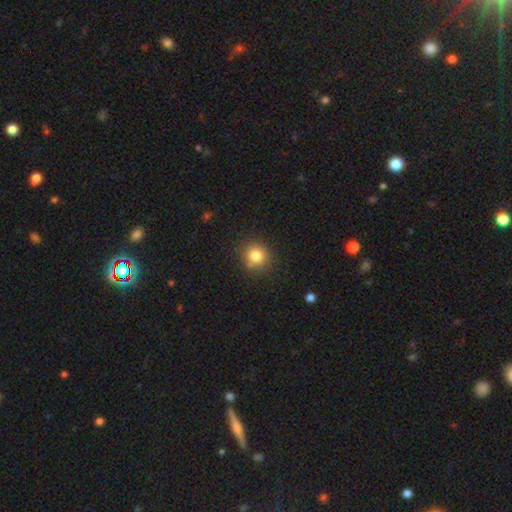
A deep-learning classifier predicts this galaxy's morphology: A smooth galaxy with no disk features (81%) that is round (89%).

Vote fractions:
- Smooth or featured? smooth: 81% / star or artifact: 12% / featured or disk: 7%
- How rounded? round: 89% / in between: 10% / cigar-shaped: 1%
- Merging? none: 81% / minor disturbance: 12% / merger: 4% / major disturbance: 3%